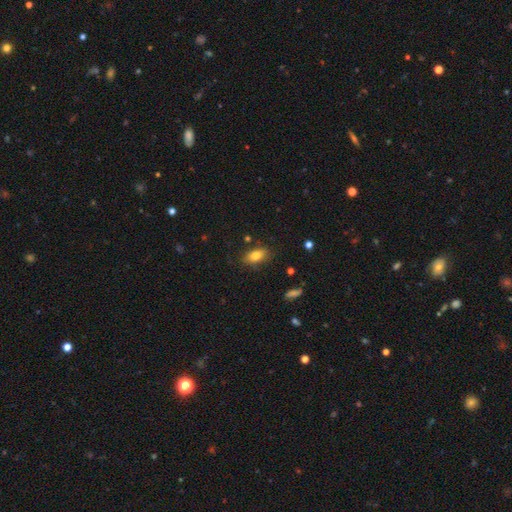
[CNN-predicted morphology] Q: Smooth or featured?
A: smooth (80%); runner-up: featured or disk (11%)
Q: How rounded?
A: in between (87%); runner-up: round (7%)
Q: Merging?
A: none (82%); runner-up: minor disturbance (13%)